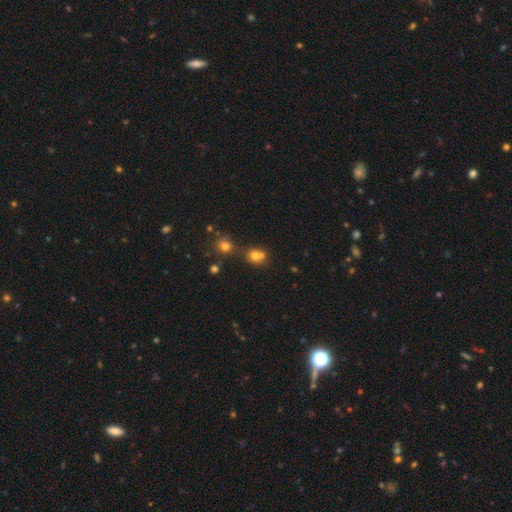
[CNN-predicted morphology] Smooth or featured? smooth (73%)
How rounded? round (73%)
Merging? none (45%)